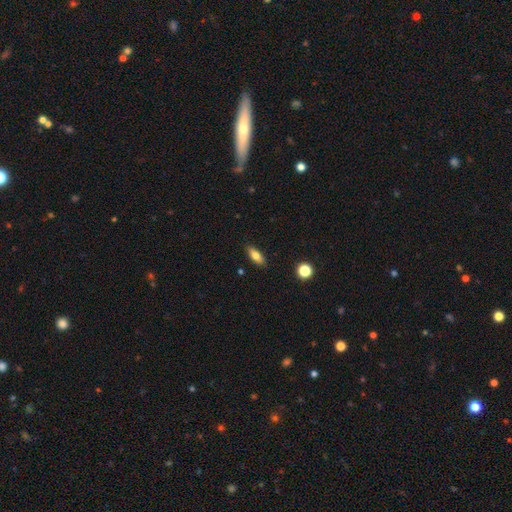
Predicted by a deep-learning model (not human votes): Morphology: type=smooth (76%); roundness=in between (76%); merging=none (87%).